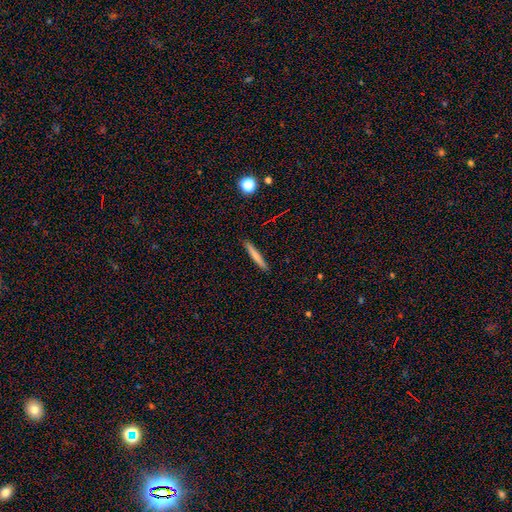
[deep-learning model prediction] This is likely a smooth galaxy (70%). How rounded: clearly cigar-shaped (95%). Merging: clearly none (91%).